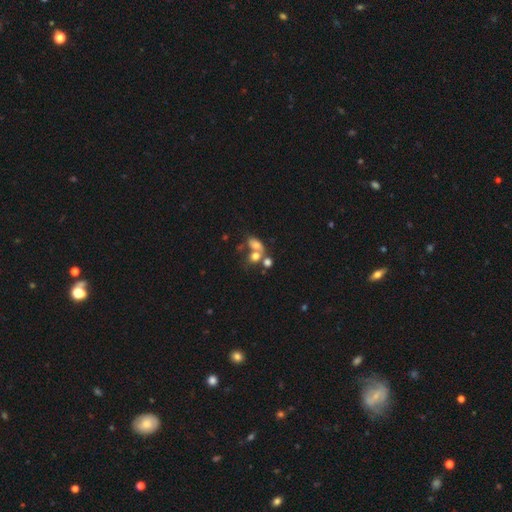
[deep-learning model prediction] This appears to be a smooth galaxy with no disk features (66%) that is in between round and cigar-shaped (65%). Merging: merger (53%).